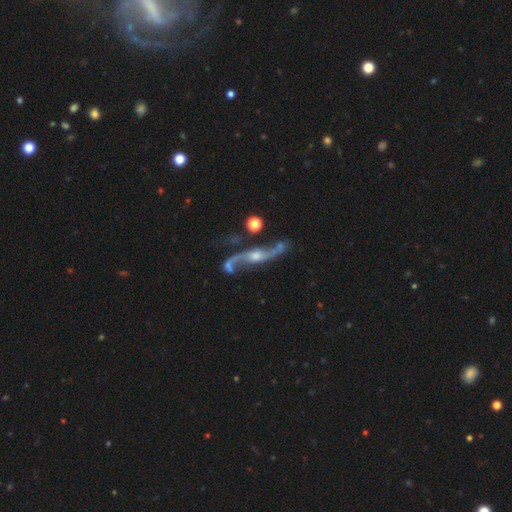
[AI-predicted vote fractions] Overall: featured or disk (77%). Edge-on disk: no (50%, tied with yes). Merging: none (46%; merger 25%).